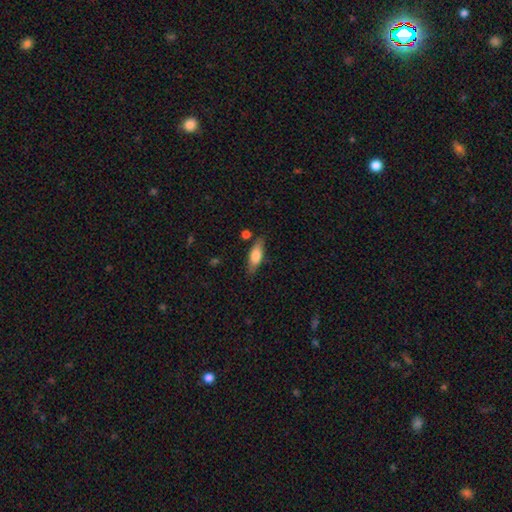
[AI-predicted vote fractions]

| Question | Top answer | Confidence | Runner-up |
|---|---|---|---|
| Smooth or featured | smooth | 73% | featured or disk (21%) |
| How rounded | in between | 67% | cigar-shaped (31%) |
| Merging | none | 77% | minor disturbance (15%) |